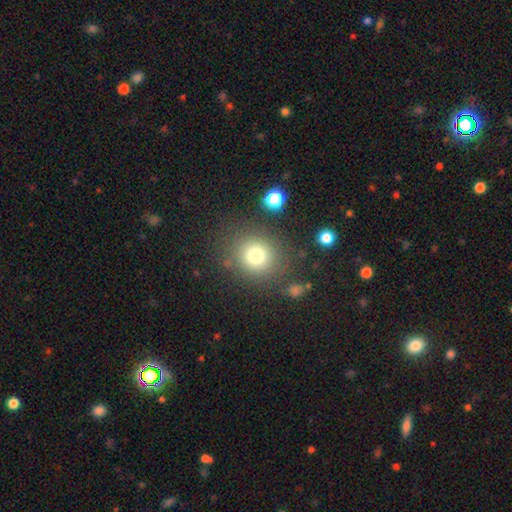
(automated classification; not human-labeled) smooth_or_featured: smooth (p=0.77) [alt: star or artifact p=0.14]
how_rounded: round (p=0.83) [alt: in between p=0.16]
merging: none (p=0.81) [alt: minor disturbance p=0.10]